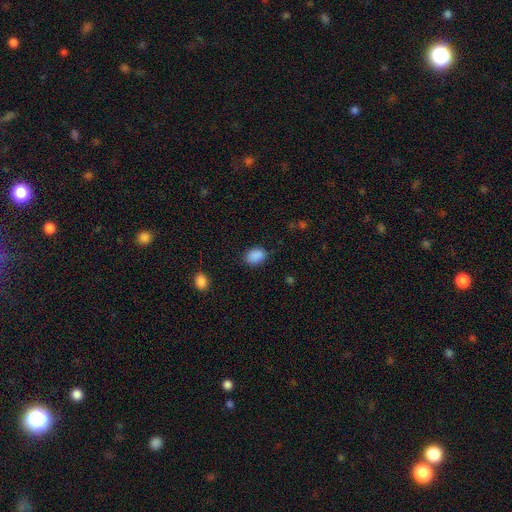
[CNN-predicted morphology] This is clearly a smooth galaxy (89%). How rounded: likely in between (77%). Merging: clearly none (82%).